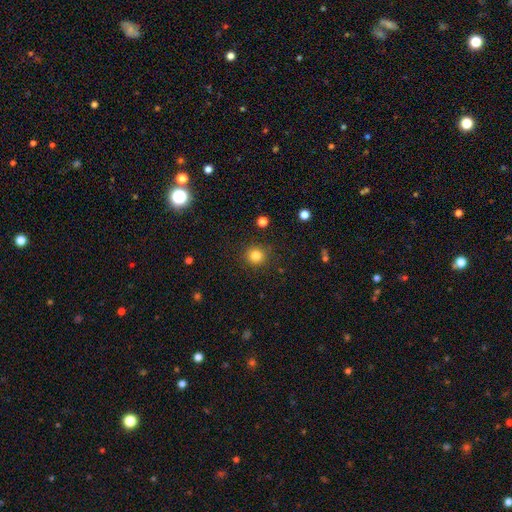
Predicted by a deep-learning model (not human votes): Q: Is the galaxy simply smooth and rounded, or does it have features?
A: smooth — 82%.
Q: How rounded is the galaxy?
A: round — 92%.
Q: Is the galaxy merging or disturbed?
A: none — 88%.